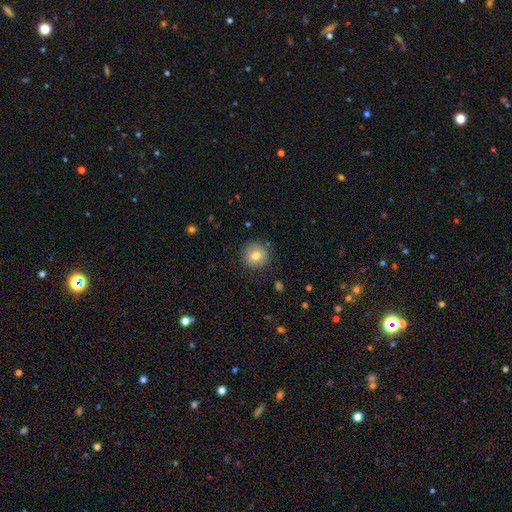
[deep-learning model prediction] This is likely a smooth galaxy (77%). How rounded: clearly round (92%). Merging: clearly none (88%).